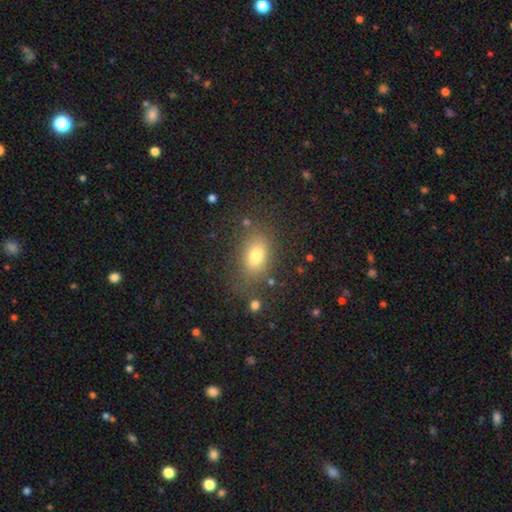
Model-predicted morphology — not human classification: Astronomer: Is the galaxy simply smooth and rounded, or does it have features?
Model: smooth — 76%.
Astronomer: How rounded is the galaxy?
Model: in between — 80%.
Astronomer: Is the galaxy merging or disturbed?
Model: none — 76%.